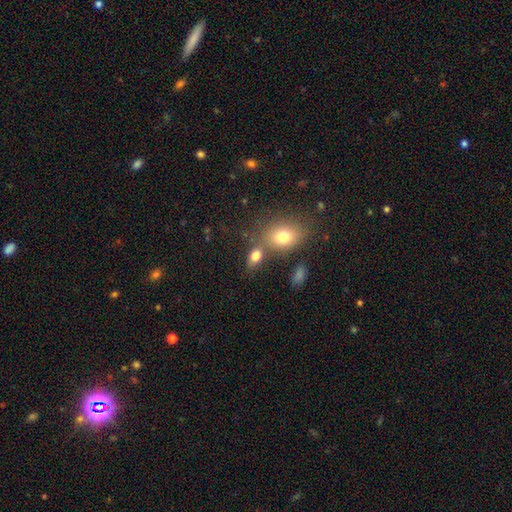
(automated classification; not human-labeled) Morphology: type=smooth (79%); roundness=in between (79%); merging=none (52%).